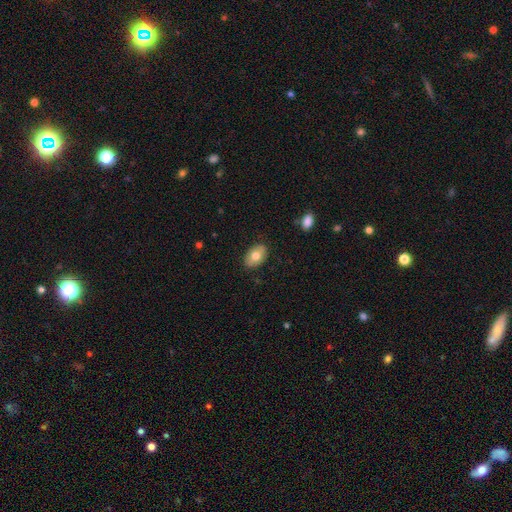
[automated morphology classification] type=smooth (75%); roundness=in between (88%); merging=none (85%).